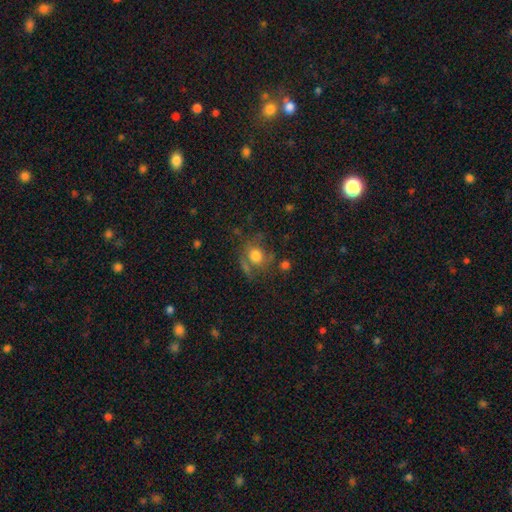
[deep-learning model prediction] Overall: smooth (69%). How rounded: round (75%). Merging: none (54%; minor disturbance 21%).